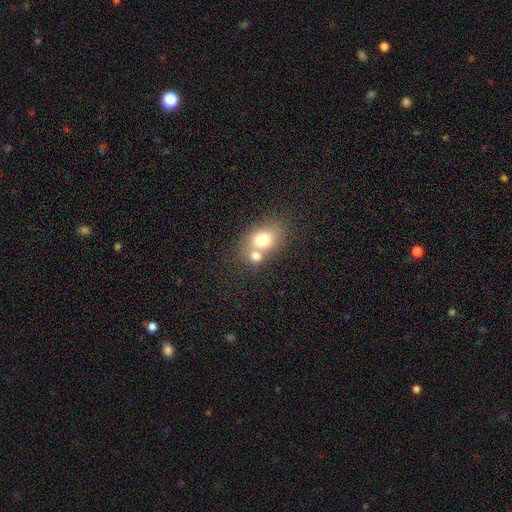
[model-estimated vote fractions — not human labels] This appears to be a smooth galaxy with no disk features (72%) that is in between round and cigar-shaped (55%). Merging: merger (54%).